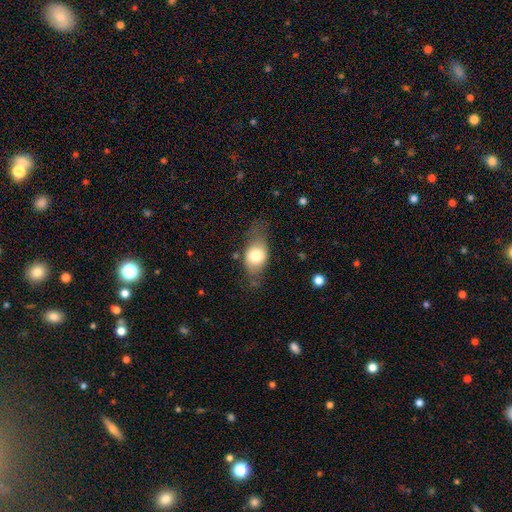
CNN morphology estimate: Smooth or featured? Predicted: smooth (p=0.70). How rounded? Predicted: in between (p=0.76). Merging? Predicted: none (p=0.57).